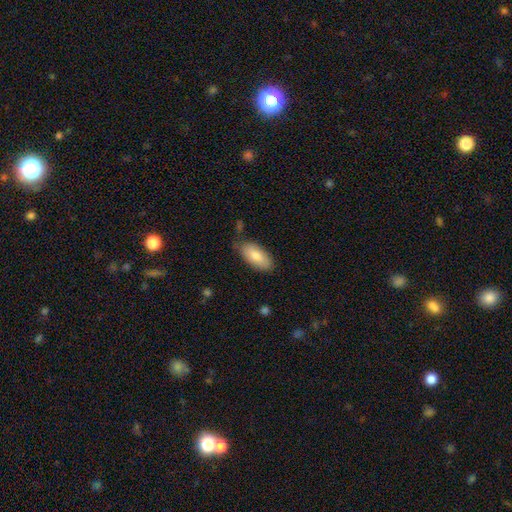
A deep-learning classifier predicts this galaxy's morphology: Q: Smooth or featured?
A: smooth (79%); runner-up: featured or disk (15%)
Q: How rounded?
A: in between (89%); runner-up: cigar-shaped (9%)
Q: Merging?
A: none (77%); runner-up: minor disturbance (18%)